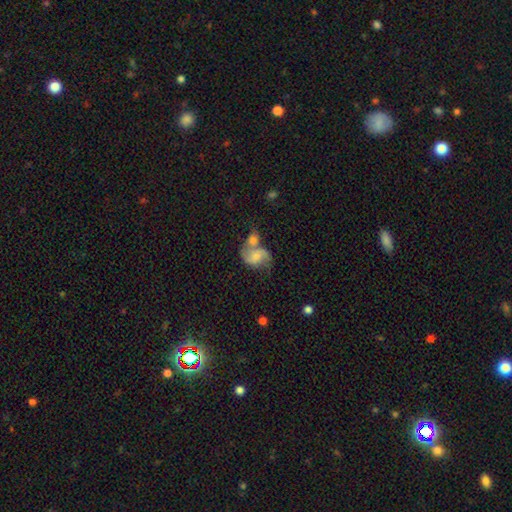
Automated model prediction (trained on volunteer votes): Smooth or featured? Predicted: featured or disk (p=0.64). Edge-on disk? Predicted: no (p=0.98). Bar? Predicted: no (p=0.58). Spiral arms? Predicted: yes (p=0.88). Spiral winding? Predicted: loose (p=0.45). Spiral arm count? Predicted: 2 (p=0.87). Bulge size? Predicted: small (p=0.42). Merging? Predicted: merger (p=0.52).